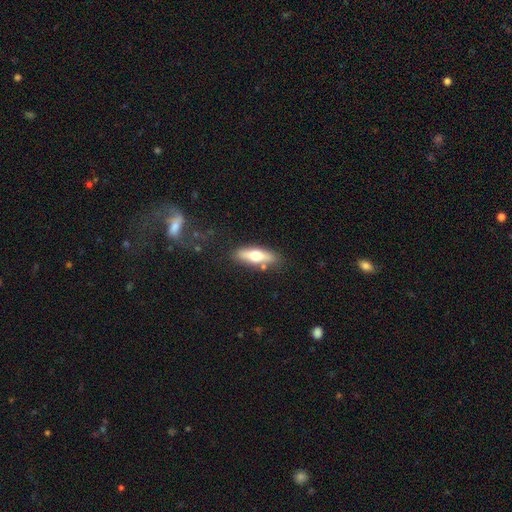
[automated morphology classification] smooth_or_featured: smooth (p=0.56) [alt: featured or disk p=0.38]
how_rounded: in between (p=0.50) [alt: cigar-shaped p=0.47]
merging: none (p=0.79) [alt: minor disturbance p=0.13]